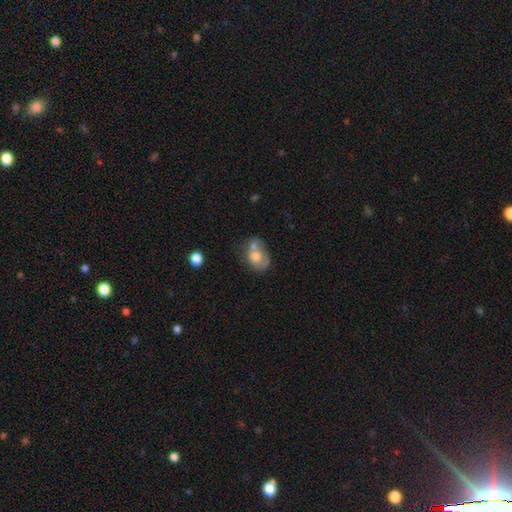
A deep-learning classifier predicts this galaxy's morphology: This appears to be a smooth galaxy with no disk features (65%) that is in between round and cigar-shaped (60%). Merging: merger (42%).